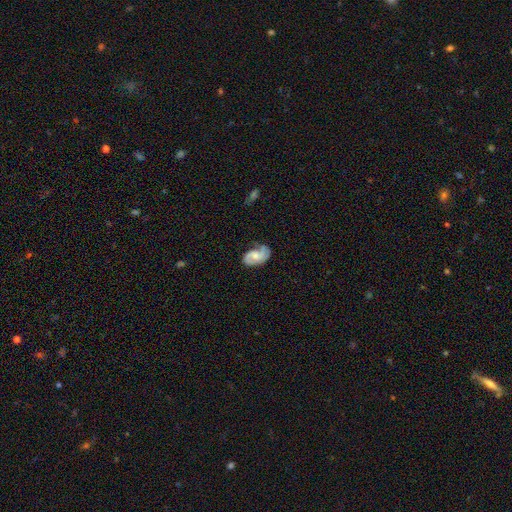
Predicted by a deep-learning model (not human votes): featured or disk 67%, smooth 26%, star or artifact 7%. Down the decision tree: edge-on disk — no (97%); bar — no (61%); spiral arms — yes (92%); spiral arm count — 2 (75%); spiral winding — medium (45%); bulge size — moderate (48%); merging — none (59%).